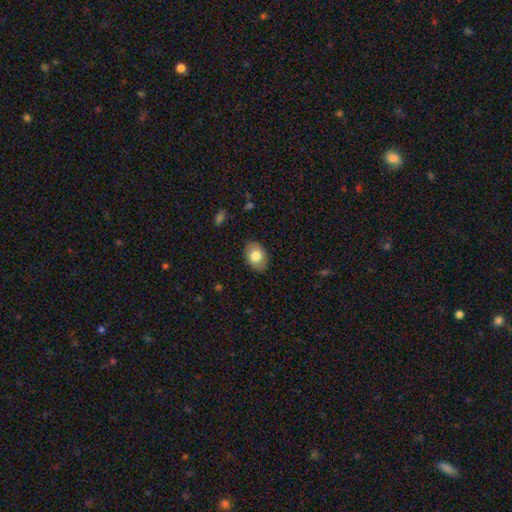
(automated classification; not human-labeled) Smooth or featured? Predicted: smooth (p=0.76). How rounded? Predicted: in between (p=0.79). Merging? Predicted: none (p=0.86).